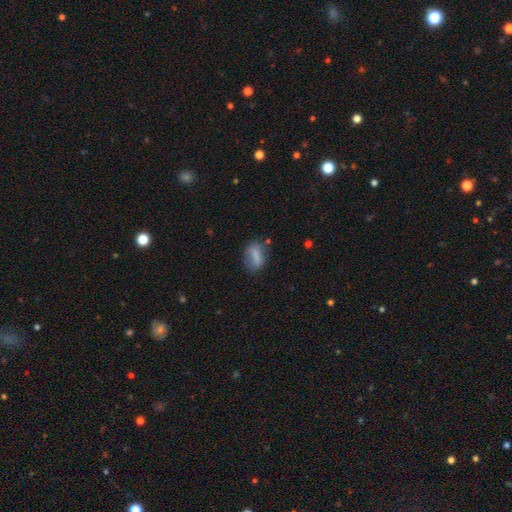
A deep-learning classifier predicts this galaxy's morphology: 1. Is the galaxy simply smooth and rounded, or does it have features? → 72% smooth, 20% featured or disk, 9% star or artifact.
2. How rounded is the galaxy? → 73% in between, 16% round, 10% cigar-shaped.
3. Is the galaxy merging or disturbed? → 63% none, 23% minor disturbance, 9% major disturbance, 4% merger.